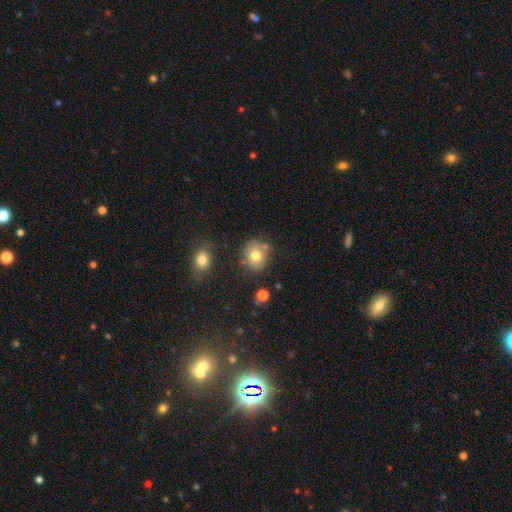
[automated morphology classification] type=smooth (76%); roundness=round (67%); merging=none (69%).